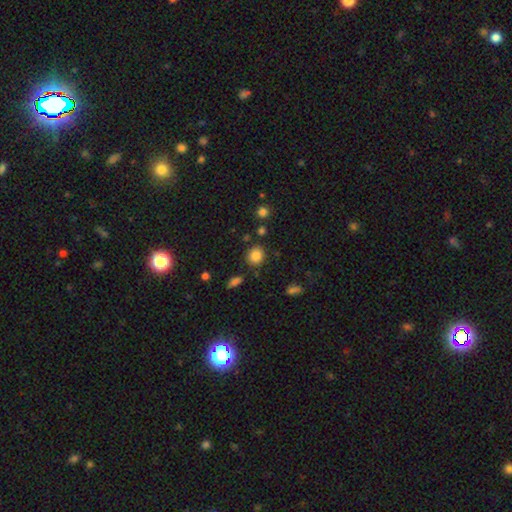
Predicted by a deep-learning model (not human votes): Smooth or featured?
  - smooth: 85% *
  - star or artifact: 11%
  - featured or disk: 4%
How rounded?
  - round: 77% *
  - in between: 22%
  - cigar-shaped: 1%
Merging?
  - none: 82% *
  - minor disturbance: 10%
  - merger: 5%
  - major disturbance: 3%